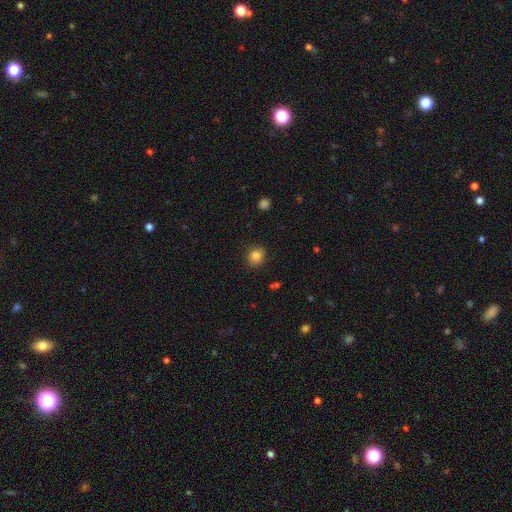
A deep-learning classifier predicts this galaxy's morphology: This appears to be a smooth galaxy with no disk features (84%) that is round (80%). Merging: none (85%).